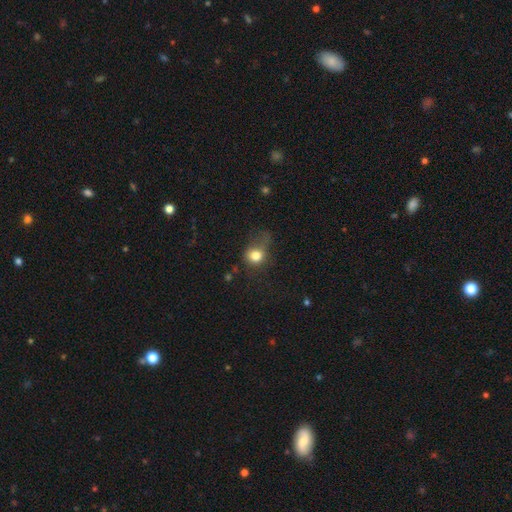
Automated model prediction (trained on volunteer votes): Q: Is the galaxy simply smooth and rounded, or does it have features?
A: smooth — 78%.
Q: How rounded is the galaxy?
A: round — 71%.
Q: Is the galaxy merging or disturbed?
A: none — 36%.